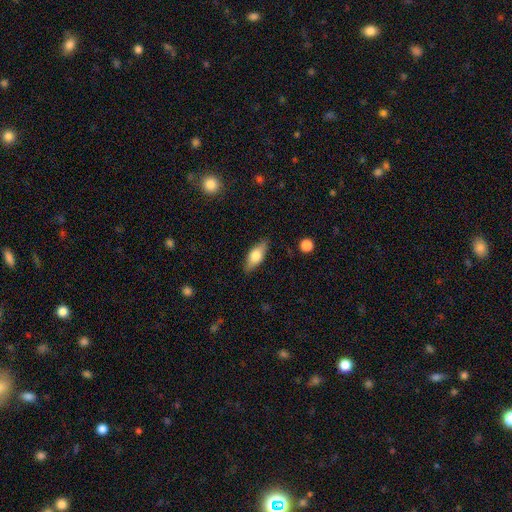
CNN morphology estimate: Q: Smooth or featured?
A: smooth (69%); runner-up: featured or disk (25%)
Q: How rounded?
A: in between (78%); runner-up: cigar-shaped (19%)
Q: Merging?
A: none (85%); runner-up: minor disturbance (11%)